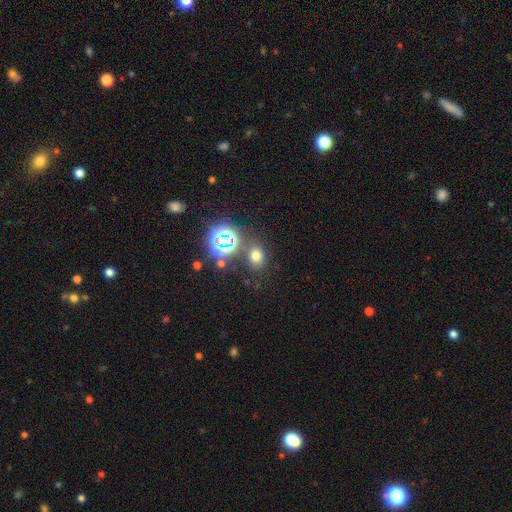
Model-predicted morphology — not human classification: This appears to be a smooth galaxy with no disk features (62%) that is in between round and cigar-shaped (51%). Merging: none (75%).